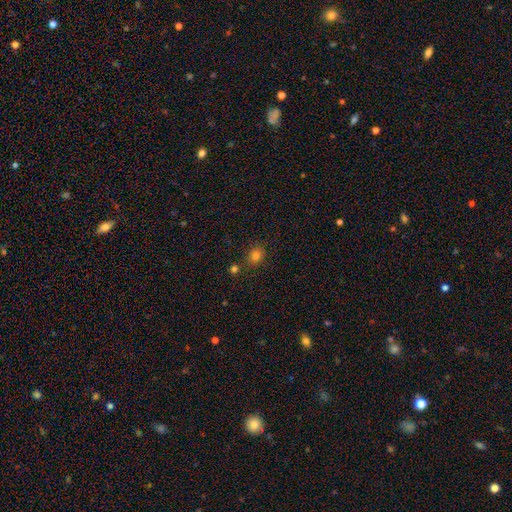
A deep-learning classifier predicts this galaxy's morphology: smooth_or_featured: smooth (p=0.78) [alt: star or artifact p=0.15]
how_rounded: round (p=0.66) [alt: in between p=0.33]
merging: none (p=0.79) [alt: minor disturbance p=0.10]